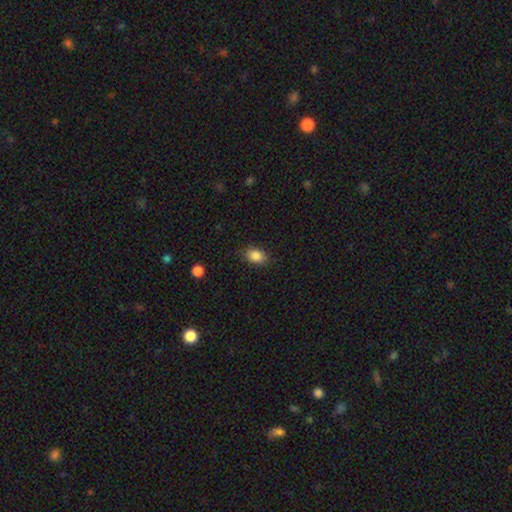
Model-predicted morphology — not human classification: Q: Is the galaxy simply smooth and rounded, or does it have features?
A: smooth — 86%.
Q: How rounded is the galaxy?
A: in between — 80%.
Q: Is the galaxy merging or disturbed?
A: none — 83%.